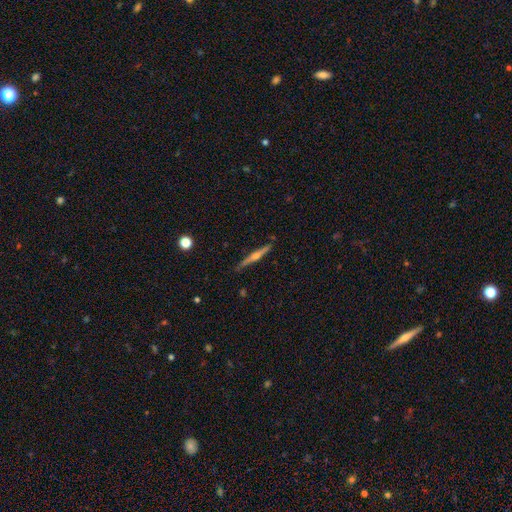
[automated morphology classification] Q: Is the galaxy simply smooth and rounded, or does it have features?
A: featured or disk — 72%.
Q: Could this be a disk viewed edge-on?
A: yes — 98%.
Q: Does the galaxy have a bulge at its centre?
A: rounded — 87%.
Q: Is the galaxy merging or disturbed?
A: none — 89%.